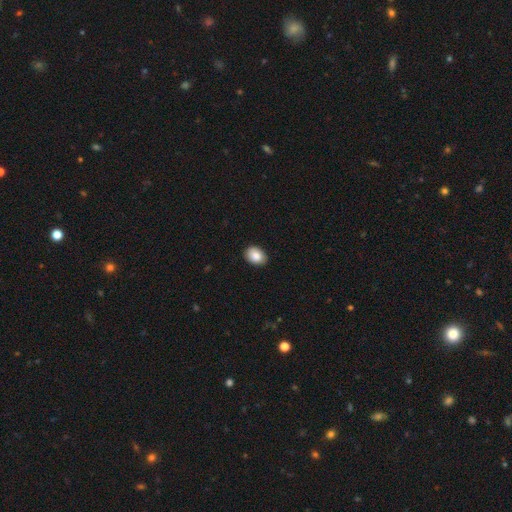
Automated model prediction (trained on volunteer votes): Smooth or featured: smooth — 87% (star or artifact — 7%)
How rounded: in between — 75% (round — 24%)
Merging: none — 88% (minor disturbance — 9%)